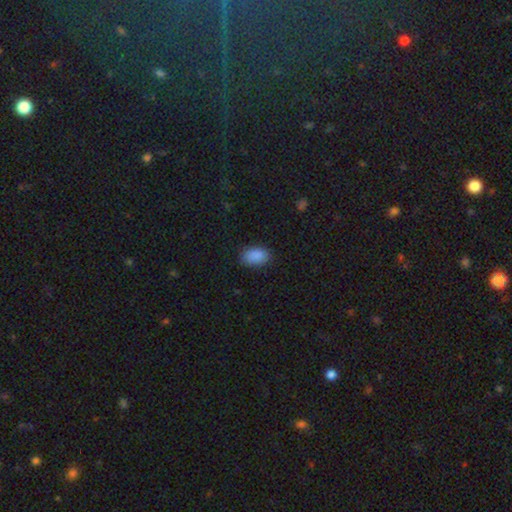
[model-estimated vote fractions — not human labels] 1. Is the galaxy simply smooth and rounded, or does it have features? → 89% smooth, 8% star or artifact, 3% featured or disk.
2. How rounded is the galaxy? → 91% in between, 8% round, 1% cigar-shaped.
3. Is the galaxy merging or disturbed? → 85% none, 11% minor disturbance, 3% major disturbance, 1% merger.